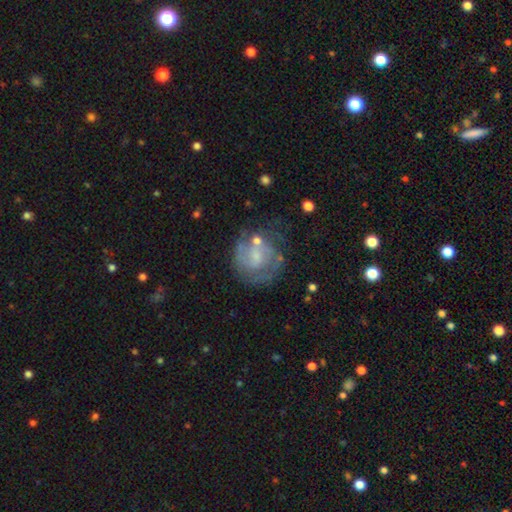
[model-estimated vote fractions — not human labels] The model was most divided on "bar": no: 55%, weak: 39%, strong: 7%. Remaining: edge-on disk — no (98%); spiral arms — yes (73%); smooth or featured — featured or disk (66%); merging — none (55%); bulge size — small (50%).